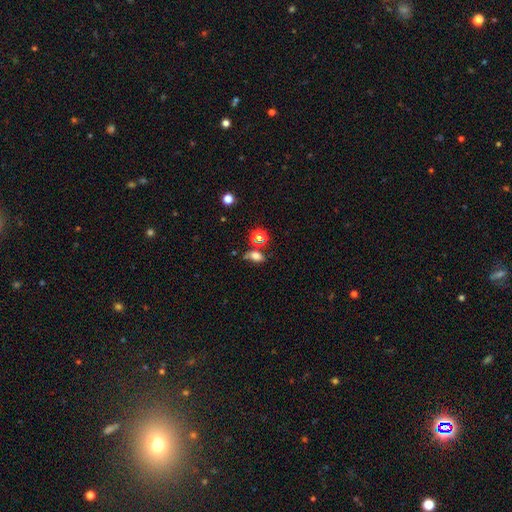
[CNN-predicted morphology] type=smooth (67%); roundness=in between (74%); merging=none (54%).